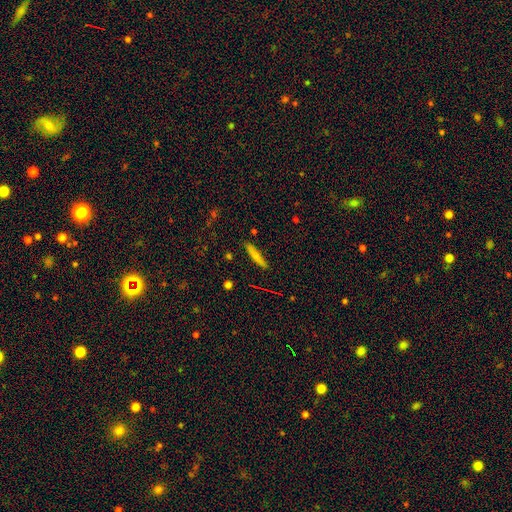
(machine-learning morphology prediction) A smooth galaxy with no disk features (70%) that is cigar-shaped (89%).

Vote fractions:
- Smooth or featured? smooth: 70% / featured or disk: 20% / star or artifact: 9%
- How rounded? cigar-shaped: 89% / in between: 9% / round: 2%
- Merging? none: 86% / minor disturbance: 10% / major disturbance: 2% / merger: 2%